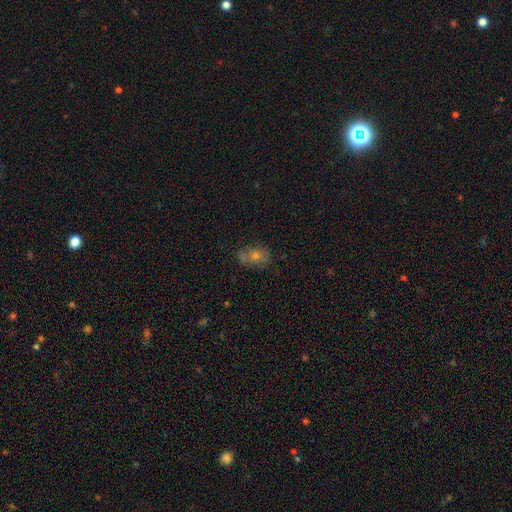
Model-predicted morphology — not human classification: Smooth or featured? smooth (57%)
How rounded? in between (64%)
Merging? none (64%)